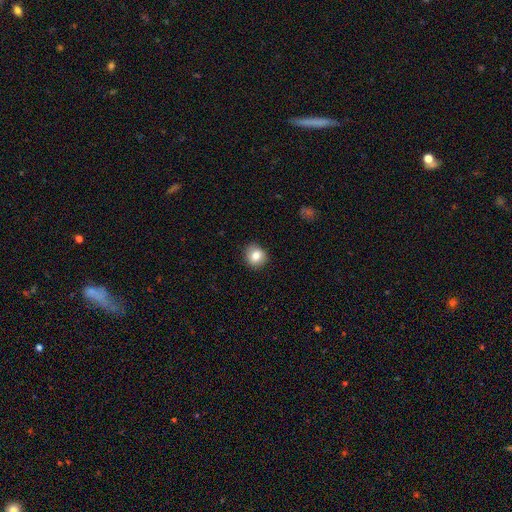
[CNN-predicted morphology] Overall: smooth (80%). How rounded: round (85%). Merging: none (87%).